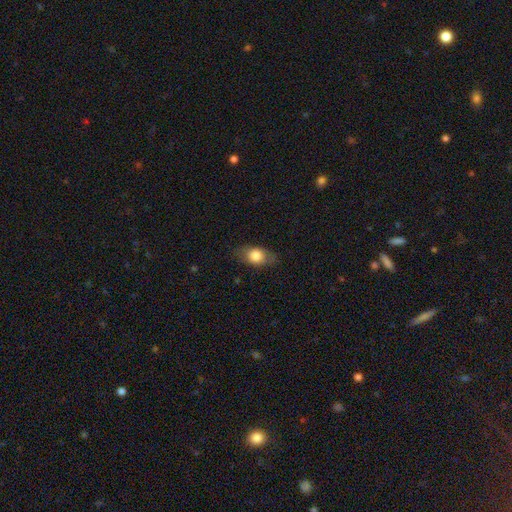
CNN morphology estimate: Smooth or featured: smooth — 76% (featured or disk — 17%)
How rounded: in between — 80% (round — 16%)
Merging: none — 80% (minor disturbance — 14%)